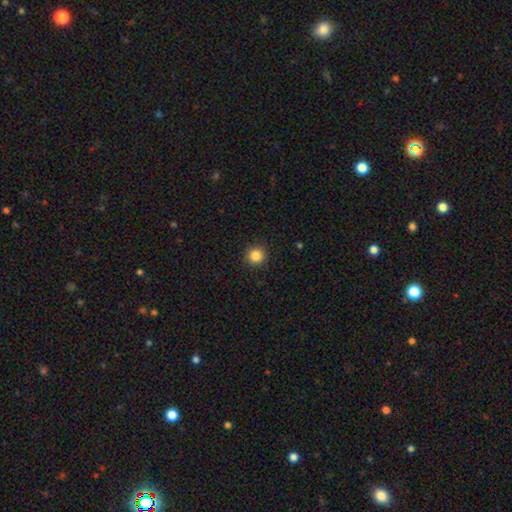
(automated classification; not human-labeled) smooth 85%, star or artifact 11%, featured or disk 4%. Down the decision tree: how rounded — round (95%); merging — none (93%).